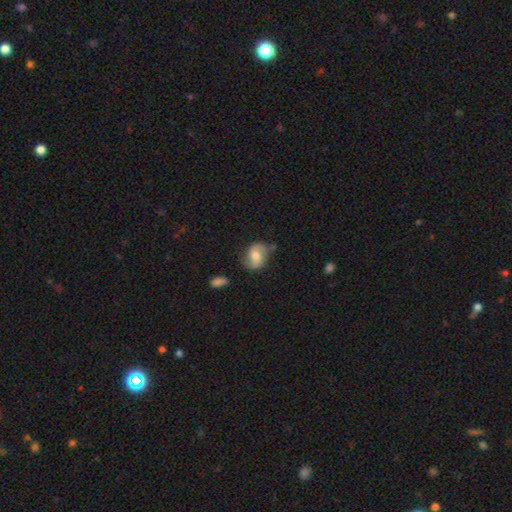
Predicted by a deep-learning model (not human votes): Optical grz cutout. It shows a featured or disk galaxy (48%). Merging: none (61%).